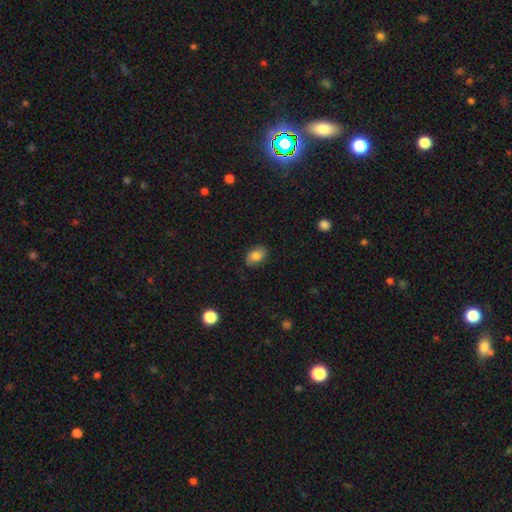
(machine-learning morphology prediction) A smooth galaxy with no disk features (76%) that is in between round and cigar-shaped (84%). Merging: none (80%).